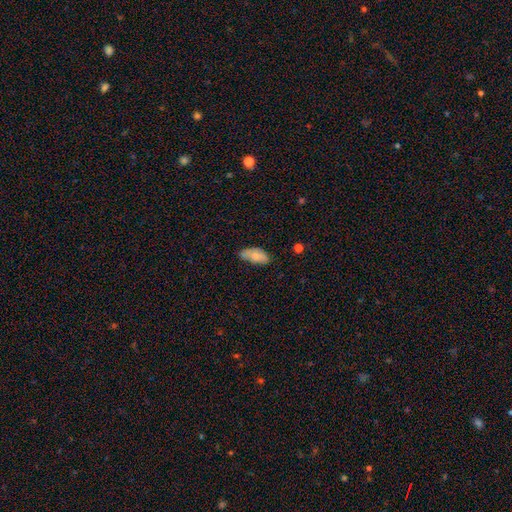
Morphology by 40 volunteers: Smooth or featured? smooth (62%)
How rounded? in between (96%)
Merging? none (69%)